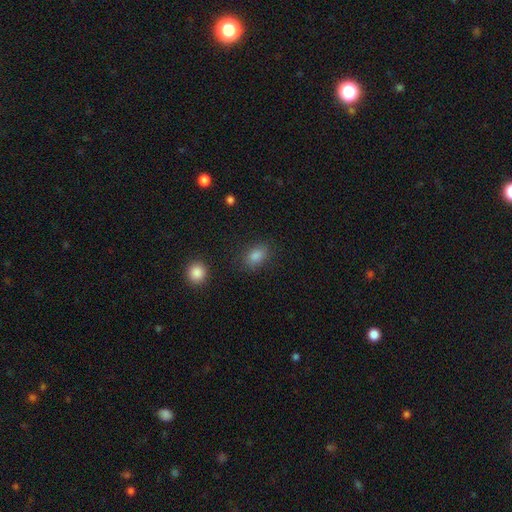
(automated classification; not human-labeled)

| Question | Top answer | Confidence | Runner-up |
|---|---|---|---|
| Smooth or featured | smooth | 83% | star or artifact (12%) |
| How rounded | in between | 80% | round (18%) |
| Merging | none | 84% | minor disturbance (11%) |